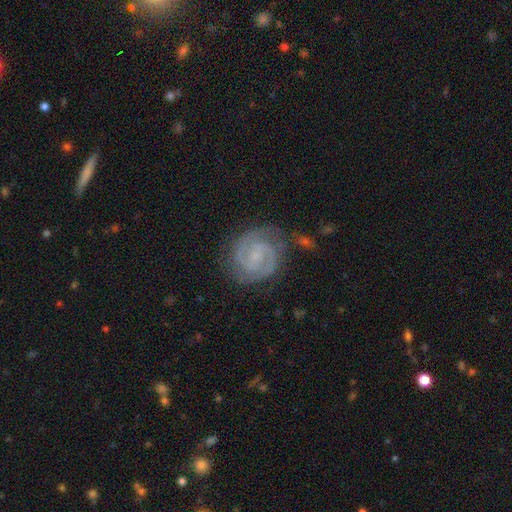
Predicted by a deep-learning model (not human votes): Smooth or featured?
  - featured or disk: 89% *
  - smooth: 6%
  - star or artifact: 5%
Edge-on disk?
  - no: 98% *
  - yes: 2%
Bar?
  - weak: 48% *
  - no: 40%
  - strong: 13%
Spiral arms?
  - yes: 98% *
  - no: 2%
Spiral winding?
  - tight: 59% *
  - medium: 36%
  - loose: 5%
Spiral arm count?
  - 2: 88% *
  - 3: 4%
  - can't tell: 4%
  - 1: 1%
  - 4: 1%
  - more than 4: 1%
Bulge size?
  - small: 60% *
  - none: 24%
  - moderate: 15%
  - large: 1%
  - dominant: 1%
Merging?
  - none: 78% *
  - minor disturbance: 15%
  - major disturbance: 5%
  - merger: 2%